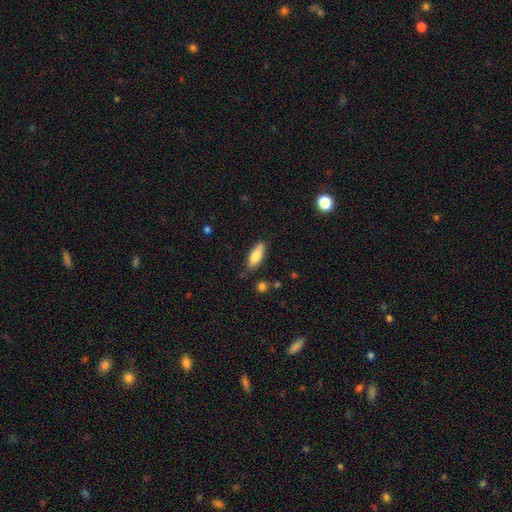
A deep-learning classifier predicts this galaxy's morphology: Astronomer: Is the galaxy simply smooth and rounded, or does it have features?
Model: smooth — 80%.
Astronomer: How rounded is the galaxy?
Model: in between — 72%.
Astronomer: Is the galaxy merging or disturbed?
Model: none — 68%.